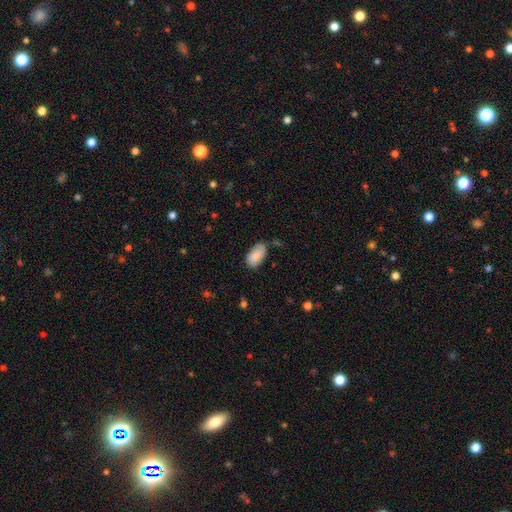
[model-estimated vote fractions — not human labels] Overall: smooth (85%). How rounded: in between (95%). Merging: none (69%).